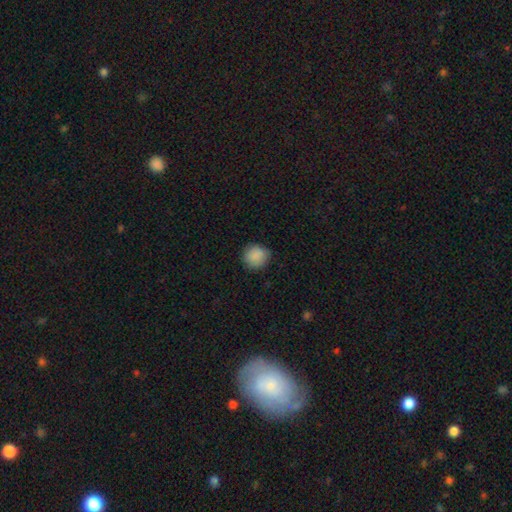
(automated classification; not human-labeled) A smooth galaxy with no disk features (88%) that is round (90%). Merging: none (85%).